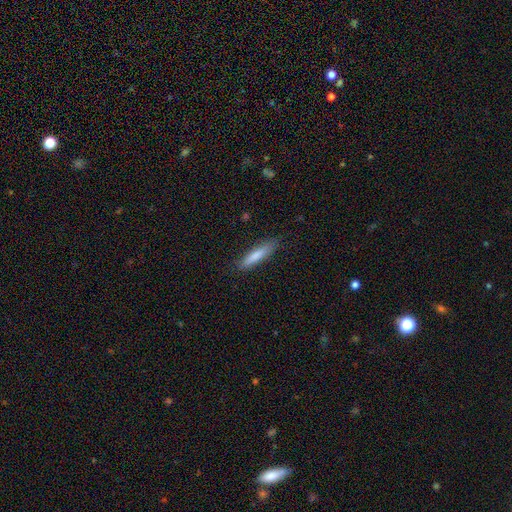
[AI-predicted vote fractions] A smooth galaxy with no disk features (78%) that is cigar-shaped (84%). Merging: none (84%).